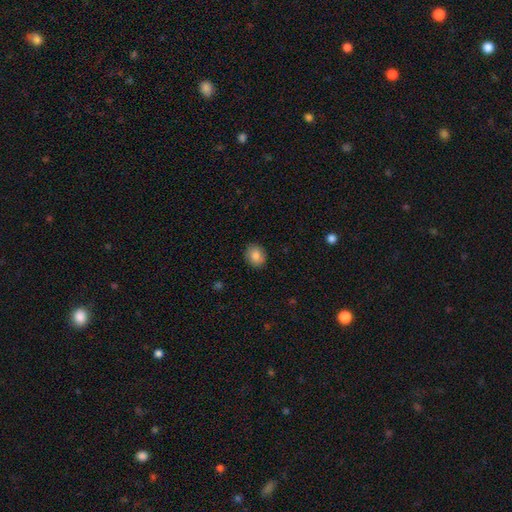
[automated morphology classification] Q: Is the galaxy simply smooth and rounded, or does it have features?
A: smooth — 85%.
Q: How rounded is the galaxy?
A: round — 61%.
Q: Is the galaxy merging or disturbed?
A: none — 89%.